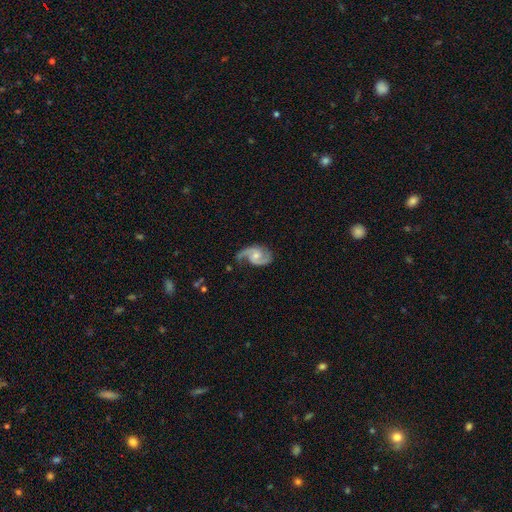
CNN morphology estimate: featured or disk 90%, smooth 5%, star or artifact 4%. Down the decision tree: edge-on disk — no (98%); bar — no (55%); spiral arms — yes (98%); spiral arm count — 2 (90%); spiral winding — medium (52%); bulge size — small (47%); merging — none (64%).